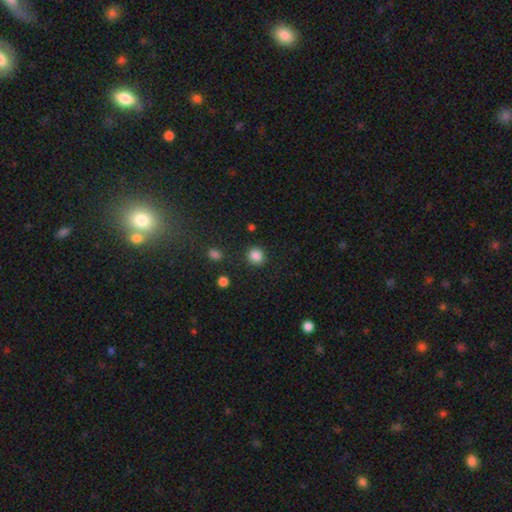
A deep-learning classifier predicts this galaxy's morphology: Overall: smooth (86%). How rounded: round (89%). Merging: none (89%).